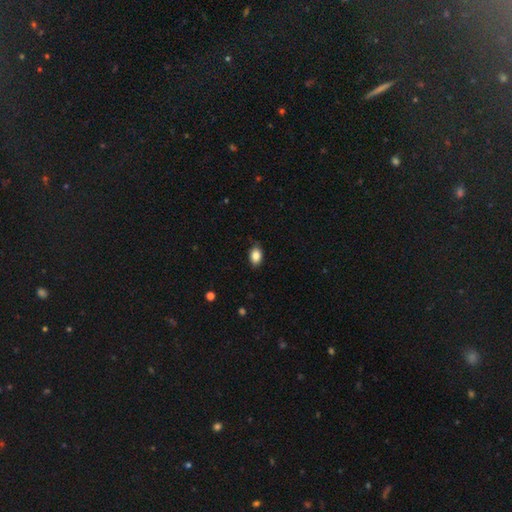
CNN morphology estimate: This is clearly a smooth galaxy (87%). How rounded: clearly in between (85%). Merging: clearly none (82%).